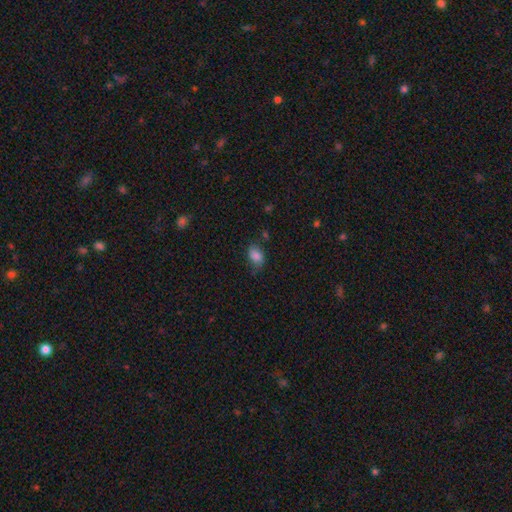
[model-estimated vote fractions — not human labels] Smooth or featured: smooth — 84% (star or artifact — 9%)
How rounded: in between — 83% (round — 15%)
Merging: none — 66% (minor disturbance — 25%)